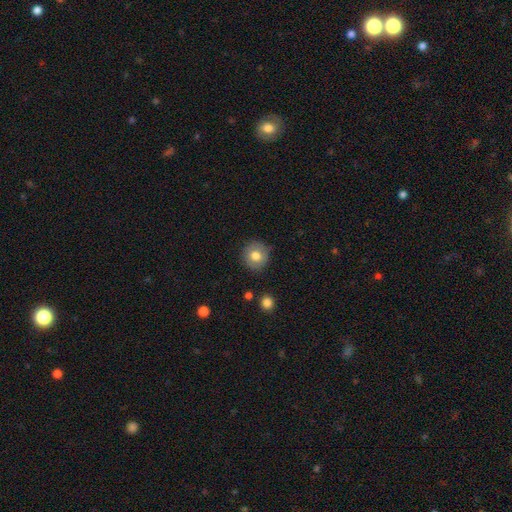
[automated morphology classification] Smooth or featured: smooth — 76% (featured or disk — 15%)
How rounded: round — 90% (in between — 9%)
Merging: none — 86% (minor disturbance — 10%)